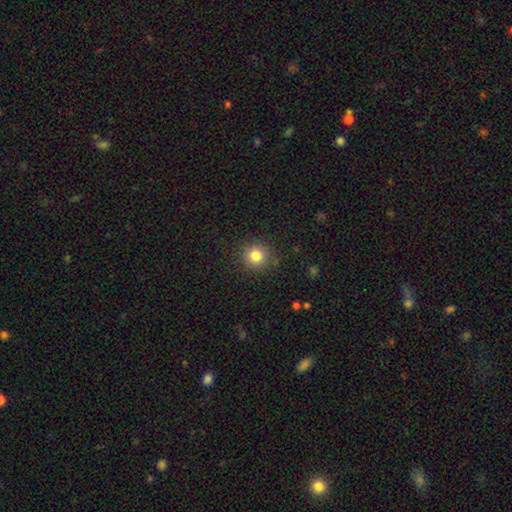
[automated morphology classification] The model was most divided on "smooth or featured": smooth: 83%, star or artifact: 12%, featured or disk: 6%. More confident: how rounded — round (92%); merging — none (88%).